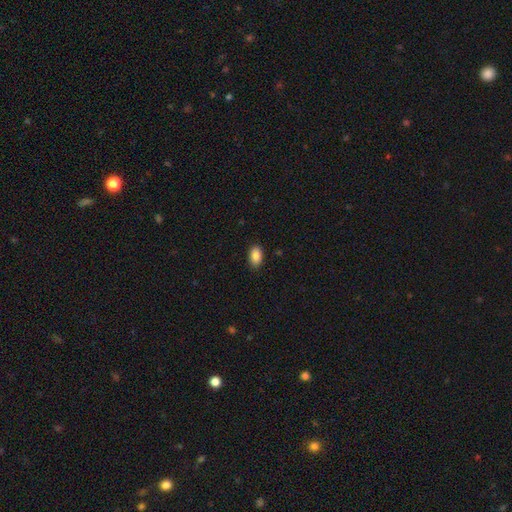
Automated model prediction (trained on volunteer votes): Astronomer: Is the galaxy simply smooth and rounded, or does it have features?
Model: smooth — 88%.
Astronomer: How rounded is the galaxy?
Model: in between — 90%.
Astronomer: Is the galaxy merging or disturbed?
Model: none — 87%.